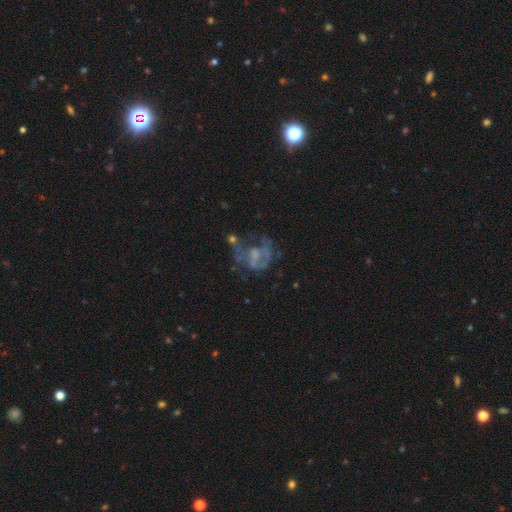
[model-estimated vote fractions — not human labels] This is likely a featured or disk galaxy (63%). It is clearly not viewed edge-on (98%). Bar: likely no (73%). Spiral arm pattern: likely no (66%). Central bulge: marginally none (33%). Merging: marginally major disturbance (38%).